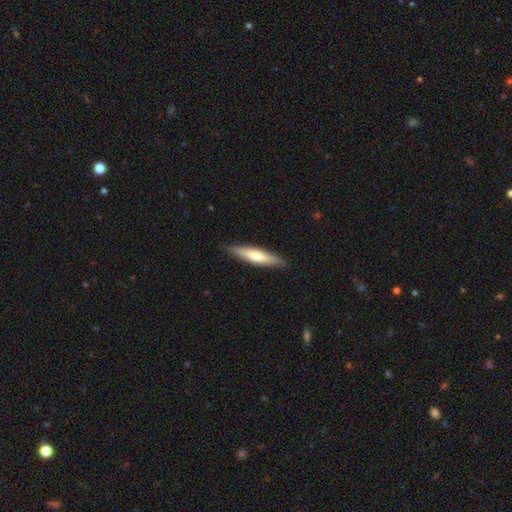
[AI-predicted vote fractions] A smooth galaxy with no disk features (64%) that is cigar-shaped (84%).

Vote fractions:
- Smooth or featured? smooth: 64% / featured or disk: 31% / star or artifact: 5%
- How rounded? cigar-shaped: 84% / in between: 15% / round: 1%
- Merging? none: 89% / minor disturbance: 8% / major disturbance: 2% / merger: 1%